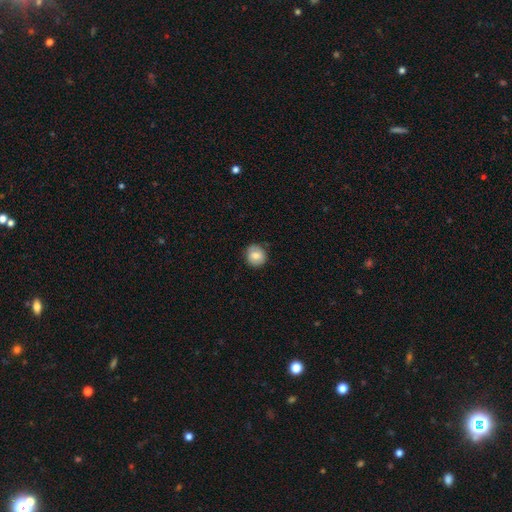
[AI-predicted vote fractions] smooth-or-featured: smooth: 78% | featured or disk: 14% | star or artifact: 8%
  how-rounded: round: 90% | in between: 9% | cigar-shaped: 1%
  merging: none: 84% | minor disturbance: 13% | major disturbance: 3% | merger: 1%